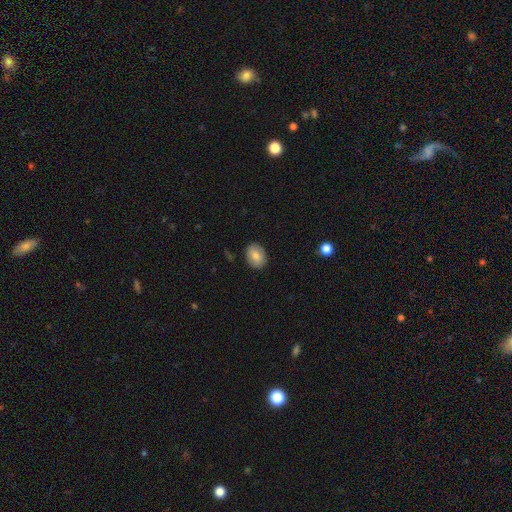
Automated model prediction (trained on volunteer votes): smooth 81%, featured or disk 12%, star or artifact 8%. Down the decision tree: how rounded — in between (68%); merging — none (87%).